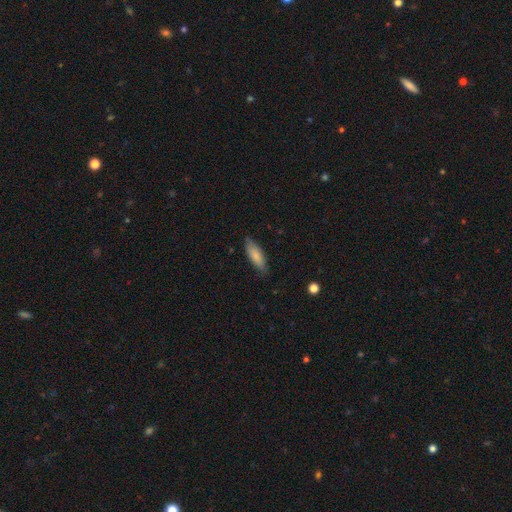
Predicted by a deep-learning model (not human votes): smooth_or_featured: smooth (p=0.81) [alt: featured or disk p=0.13]
how_rounded: in between (p=0.62) [alt: cigar-shaped p=0.36]
merging: none (p=0.78) [alt: minor disturbance p=0.18]